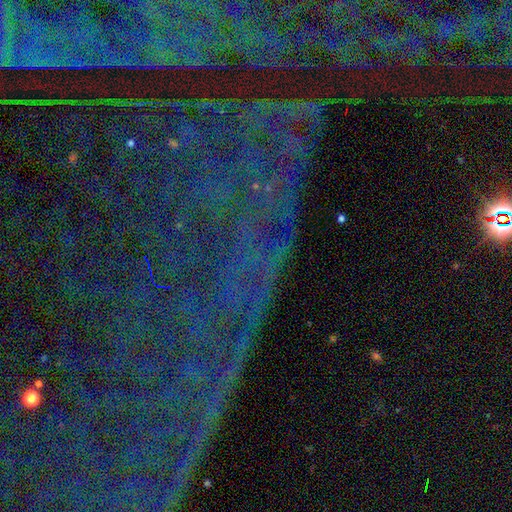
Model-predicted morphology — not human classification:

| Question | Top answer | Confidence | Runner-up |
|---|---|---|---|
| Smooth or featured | star or artifact | 84% | featured or disk (9%) |